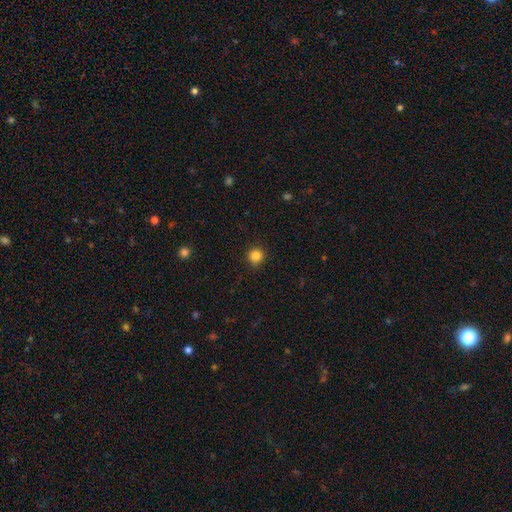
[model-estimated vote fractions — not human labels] The model was most divided on "smooth or featured": smooth: 84%, star or artifact: 12%, featured or disk: 4%. More confident: how rounded — round (93%); merging — none (89%).